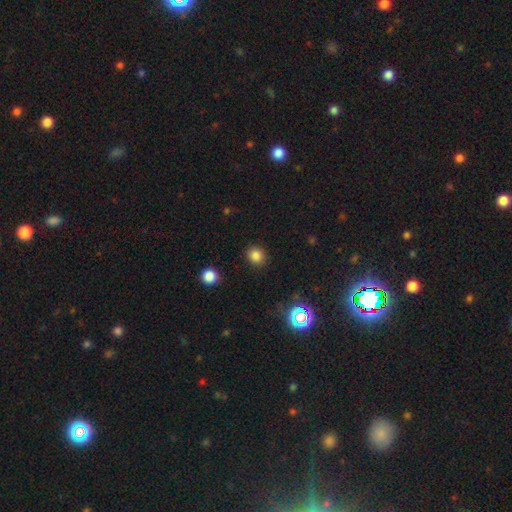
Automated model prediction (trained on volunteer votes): Q: Smooth or featured?
A: smooth (83%); runner-up: star or artifact (13%)
Q: How rounded?
A: round (78%); runner-up: in between (21%)
Q: Merging?
A: none (90%); runner-up: minor disturbance (6%)